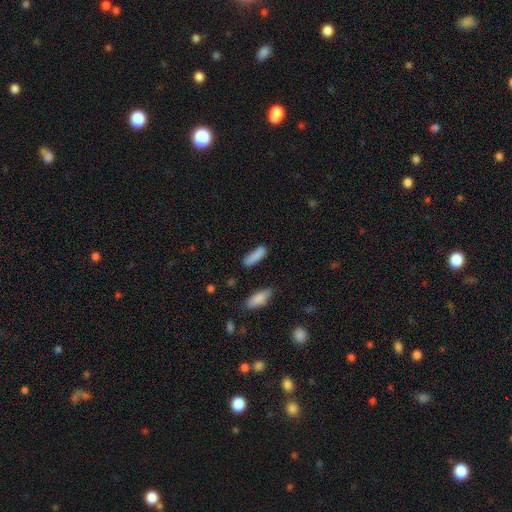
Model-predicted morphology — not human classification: smooth_or_featured: smooth (p=0.87) [alt: star or artifact p=0.07]
how_rounded: cigar-shaped (p=0.59) [alt: in between p=0.39]
merging: none (p=0.75) [alt: minor disturbance p=0.17]